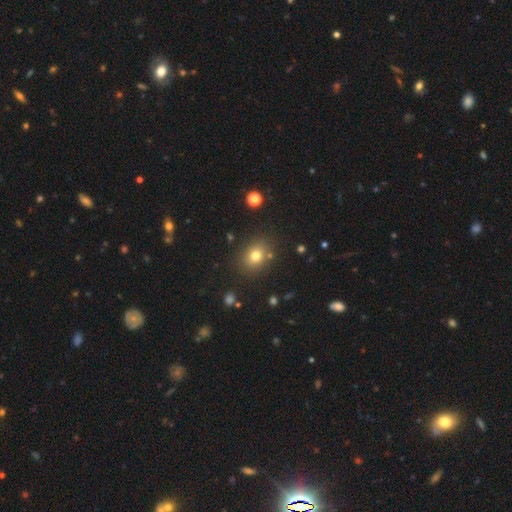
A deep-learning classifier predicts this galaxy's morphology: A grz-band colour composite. It shows a smooth galaxy with no disk features (76%) that is round (50%). Merging: none (81%).